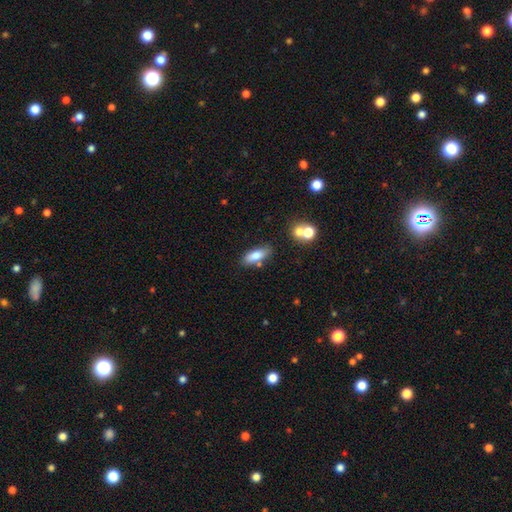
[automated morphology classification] A smooth galaxy with no disk features (76%) that is in between round and cigar-shaped (69%). Merging: none (71%).